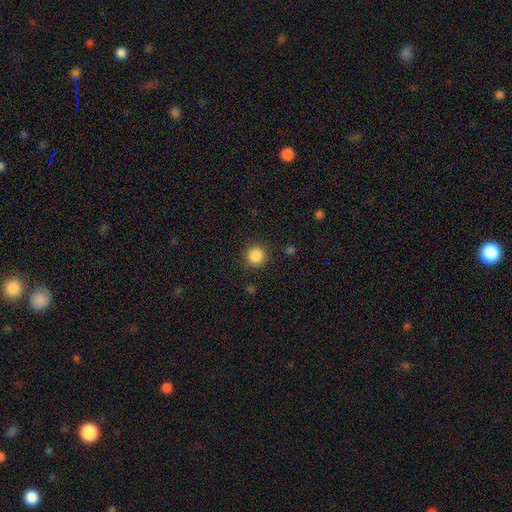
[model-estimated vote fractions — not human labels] Q: Smooth or featured?
A: smooth (87%); runner-up: star or artifact (10%)
Q: How rounded?
A: round (94%); runner-up: in between (5%)
Q: Merging?
A: none (90%); runner-up: minor disturbance (6%)